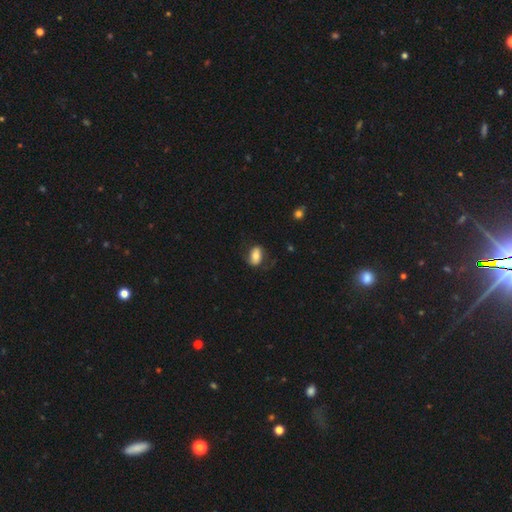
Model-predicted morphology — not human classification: smooth_or_featured: smooth (p=0.73) [alt: featured or disk p=0.20]
how_rounded: in between (p=0.87) [alt: round p=0.11]
merging: none (p=0.70) [alt: minor disturbance p=0.20]